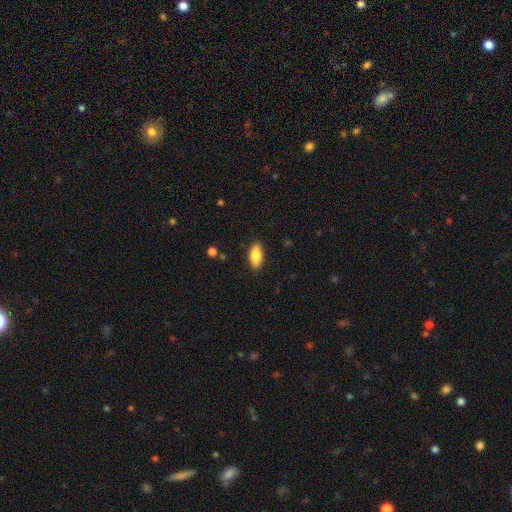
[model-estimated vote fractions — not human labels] Morphology: type=smooth (87%); roundness=in between (89%); merging=none (88%).